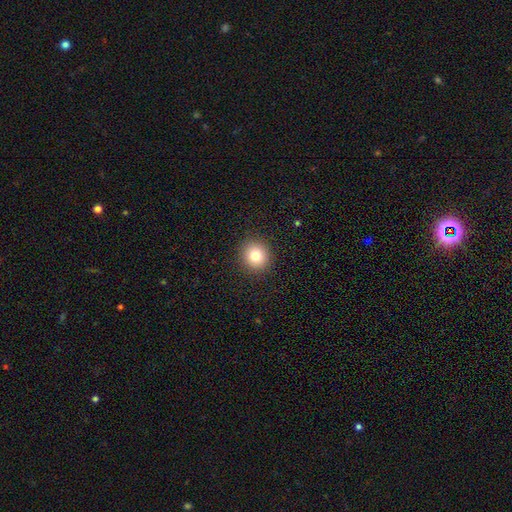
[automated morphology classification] A smooth galaxy with no disk features (80%) that is round (87%). Merging: none (91%).